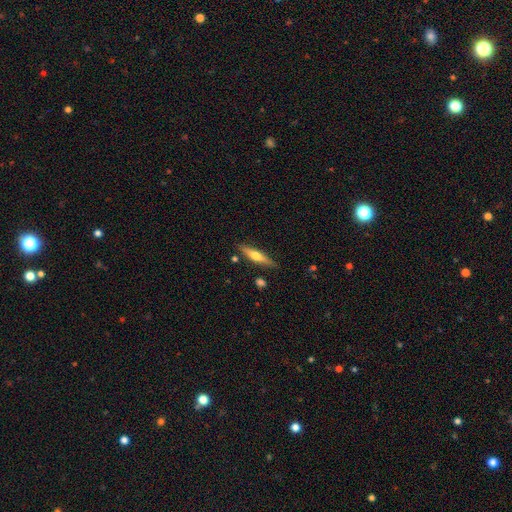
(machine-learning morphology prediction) A featured or disk galaxy (53%) viewed edge-on (94%) with a rounded central bulge (89%).

Vote fractions:
- Smooth or featured? featured or disk: 53% / smooth: 41% / star or artifact: 6%
- Edge-on disk? yes: 94% / no: 6%
- Edge-on bulge? rounded: 89% / none: 6% / boxy: 5%
- Merging? none: 83% / minor disturbance: 11% / merger: 3% / major disturbance: 2%